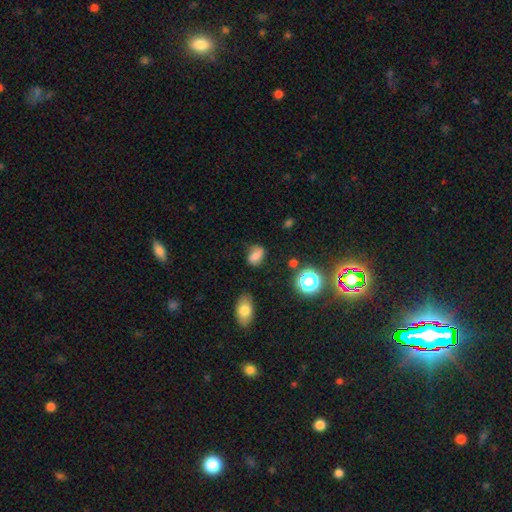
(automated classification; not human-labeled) smooth 72%, star or artifact 15%, featured or disk 14%. Down the decision tree: how rounded — in between (73%); merging — none (63%).